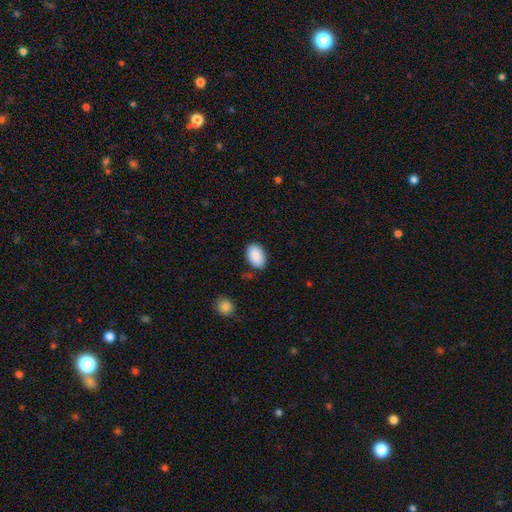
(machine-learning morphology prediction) smooth_or_featured: smooth (p=0.90) [alt: star or artifact p=0.06]
how_rounded: in between (p=0.91) [alt: round p=0.08]
merging: none (p=0.82) [alt: minor disturbance p=0.13]